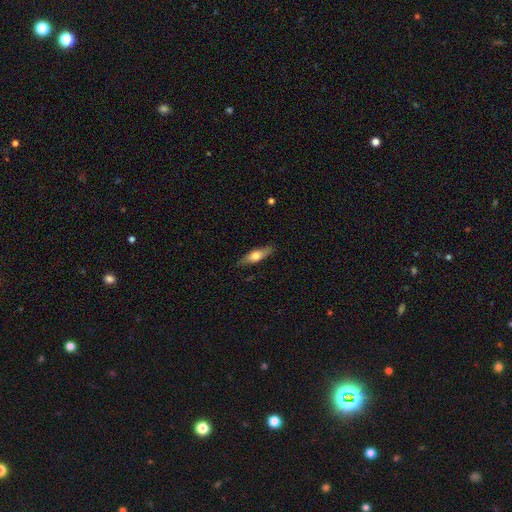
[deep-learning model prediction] Smooth or featured?
  - smooth: 55% *
  - featured or disk: 39%
  - star or artifact: 6%
How rounded?
  - cigar-shaped: 53% *
  - in between: 44%
  - round: 3%
Merging?
  - none: 84% *
  - minor disturbance: 13%
  - major disturbance: 3%
  - merger: 1%